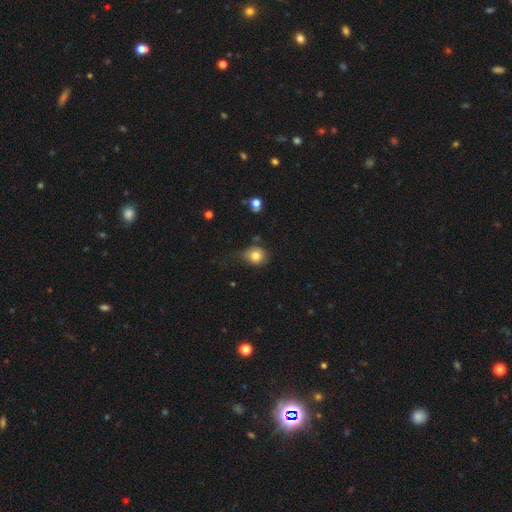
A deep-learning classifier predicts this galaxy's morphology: smooth-or-featured: smooth: 80% | star or artifact: 11% | featured or disk: 9%
  how-rounded: round: 75% | in between: 24% | cigar-shaped: 1%
  merging: none: 60% | minor disturbance: 28% | major disturbance: 9% | merger: 4%